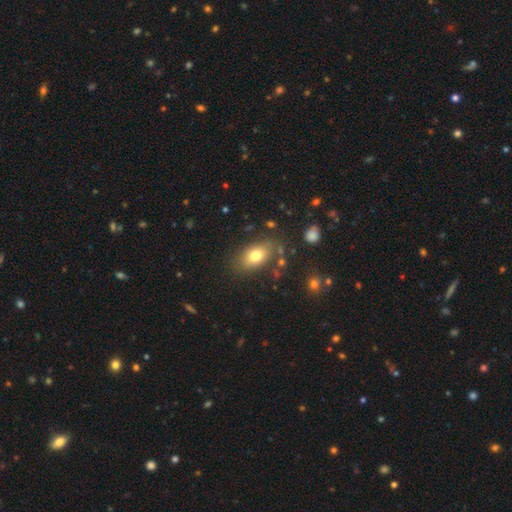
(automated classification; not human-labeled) This appears to be a smooth galaxy with no disk features (76%) that is in between round and cigar-shaped (85%). Merging: none (76%).